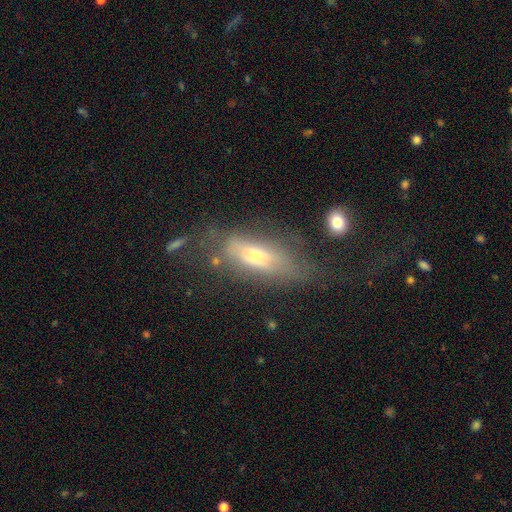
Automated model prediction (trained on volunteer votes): Smooth or featured? smooth (49%)
Merging? none (41%)